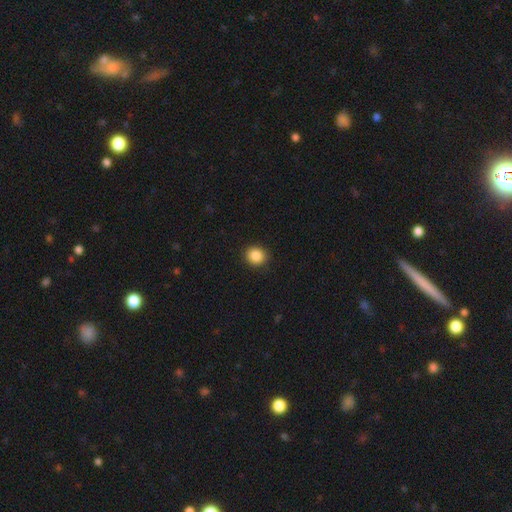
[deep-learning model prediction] smooth_or_featured: smooth (p=0.88) [alt: star or artifact p=0.09]
how_rounded: round (p=0.84) [alt: in between p=0.15]
merging: none (p=0.91) [alt: minor disturbance p=0.06]